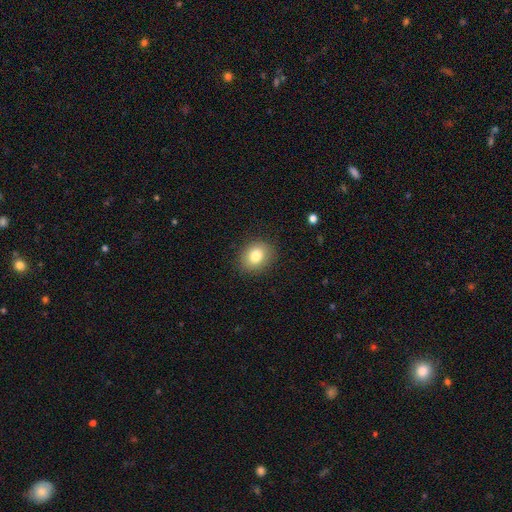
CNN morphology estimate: A smooth galaxy with no disk features (81%) that is round (61%). Merging: none (88%).